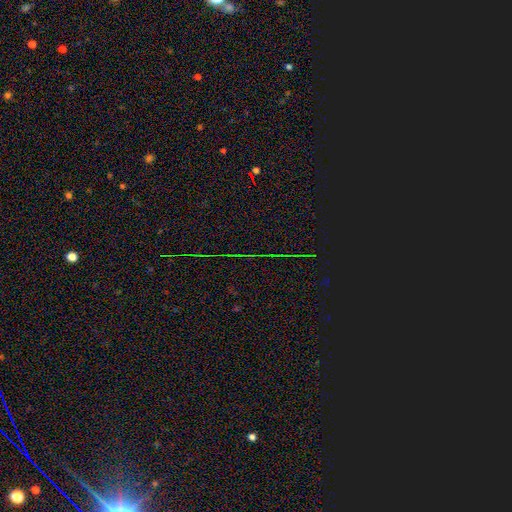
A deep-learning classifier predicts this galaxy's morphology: smooth_or_featured: star or artifact (p=0.85) [alt: smooth p=0.09]